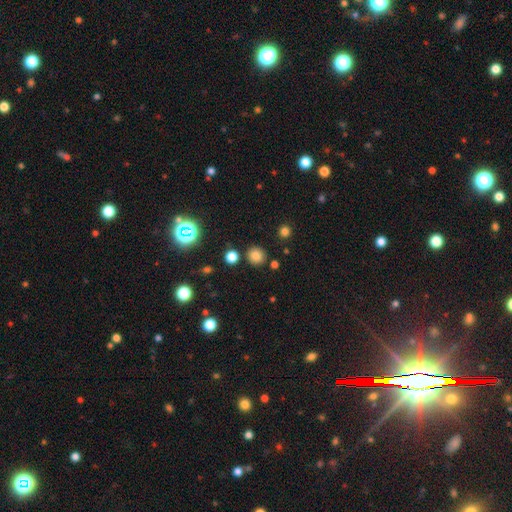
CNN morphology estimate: Q: Smooth or featured?
A: smooth (77%); runner-up: star or artifact (17%)
Q: How rounded?
A: round (90%); runner-up: in between (9%)
Q: Merging?
A: none (86%); runner-up: minor disturbance (7%)